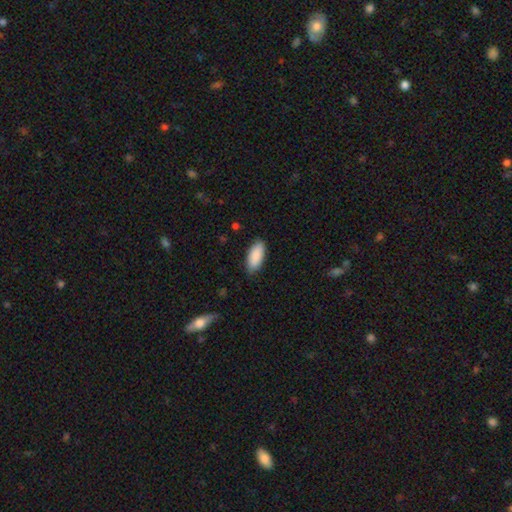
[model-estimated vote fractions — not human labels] A smooth galaxy with no disk features (90%) that is in between round and cigar-shaped (88%).

Vote fractions:
- Smooth or featured? smooth: 90% / star or artifact: 6% / featured or disk: 5%
- How rounded? in between: 88% / cigar-shaped: 10% / round: 2%
- Merging? none: 84% / minor disturbance: 12% / major disturbance: 2% / merger: 1%